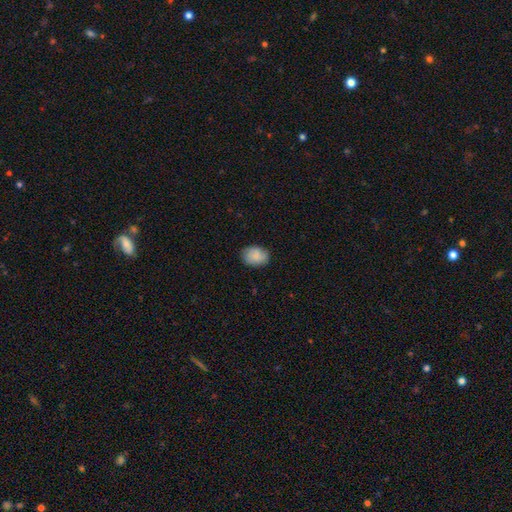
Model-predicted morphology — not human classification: Overall: smooth (84%). How rounded: in between (69%; round 30%). Merging: none (81%).